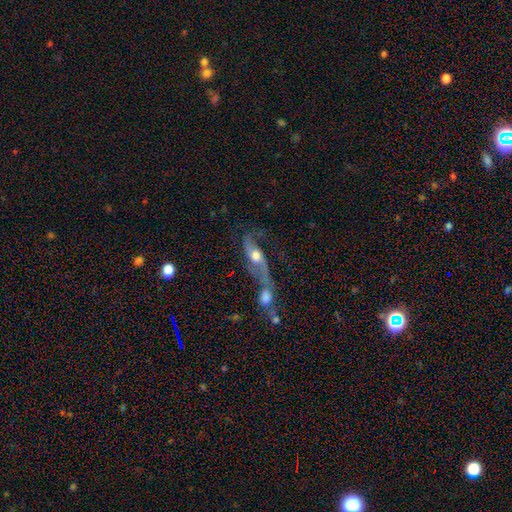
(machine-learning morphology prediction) type=featured or disk (69%); edge-on=no (80%); bar=no (64%); spiral arms=yes (83%); bulge=moderate (61%); merging=merger (53%).